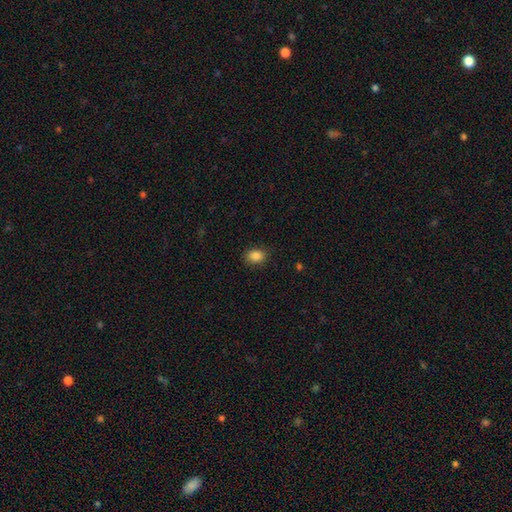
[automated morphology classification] A smooth galaxy with no disk features (87%) that is in between round and cigar-shaped (69%).

Vote fractions:
- Smooth or featured? smooth: 87% / star or artifact: 10% / featured or disk: 4%
- How rounded? in between: 69% / round: 30% / cigar-shaped: 1%
- Merging? none: 86% / minor disturbance: 10% / major disturbance: 3% / merger: 1%